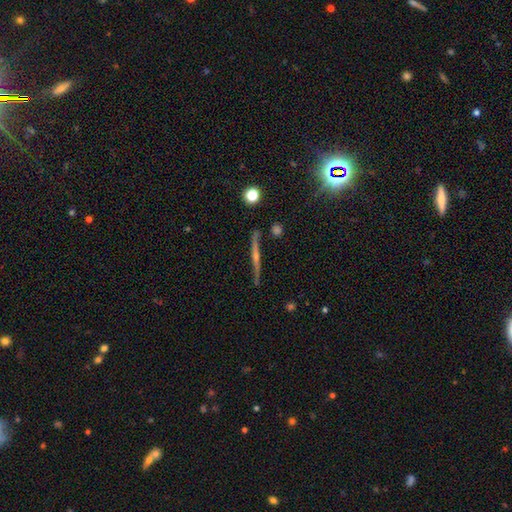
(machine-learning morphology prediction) featured or disk 75%, smooth 14%, star or artifact 11%. Down the decision tree: edge-on disk — yes (96%); edge-on bulge — rounded (72%); merging — none (84%).